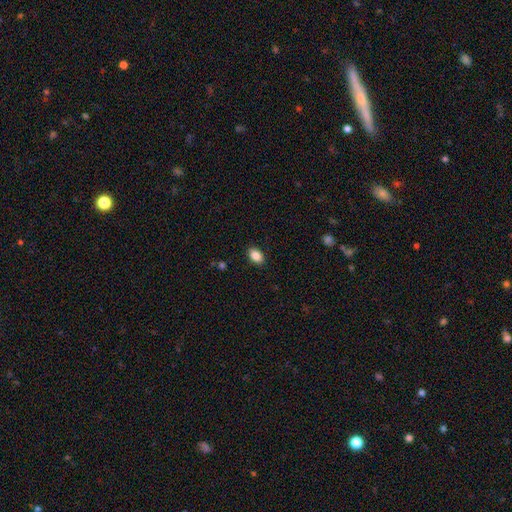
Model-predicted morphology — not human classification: smooth 87%, star or artifact 8%, featured or disk 5%. Down the decision tree: how rounded — in between (86%); merging — none (89%).